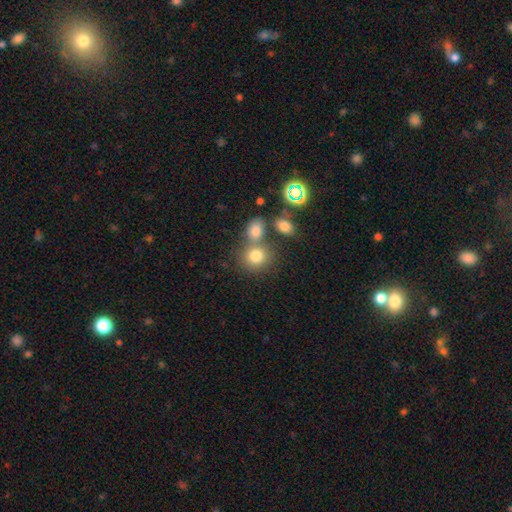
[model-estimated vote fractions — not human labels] Overall: smooth (77%). How rounded: round (73%). Merging: none (53%; merger 33%).